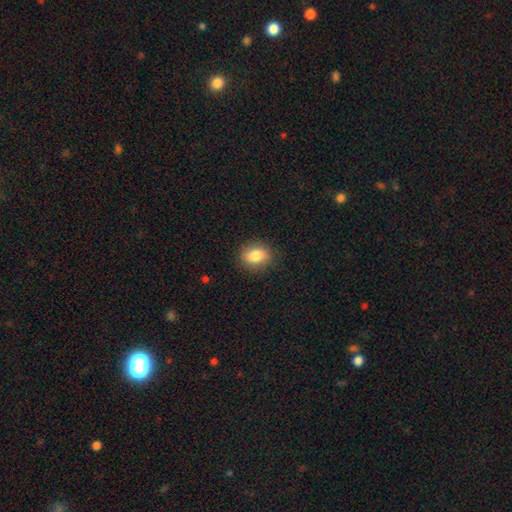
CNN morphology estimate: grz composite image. It shows a smooth galaxy with no disk features (82%) that is in between round and cigar-shaped (53%). Merging: none (86%).